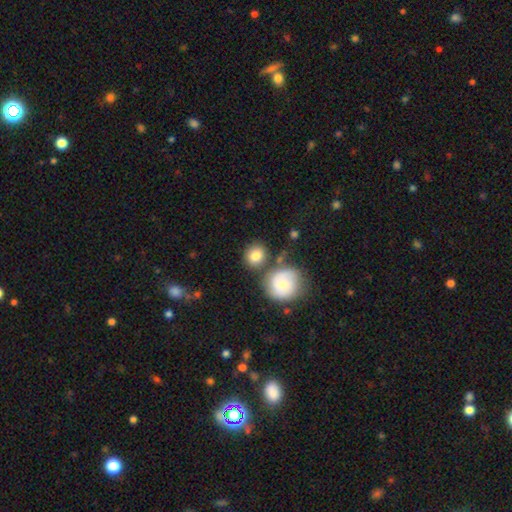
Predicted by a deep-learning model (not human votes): This appears to be a smooth galaxy with no disk features (81%) that is round (79%). Merging: none (69%).